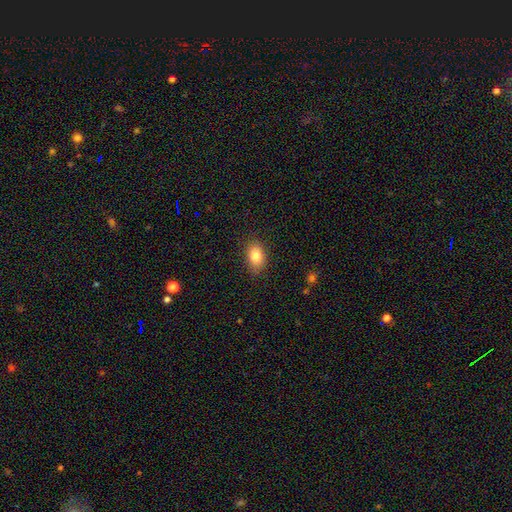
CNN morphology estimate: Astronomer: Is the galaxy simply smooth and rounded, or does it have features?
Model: smooth — 83%.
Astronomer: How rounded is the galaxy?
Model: in between — 82%.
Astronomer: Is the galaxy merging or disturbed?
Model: none — 85%.